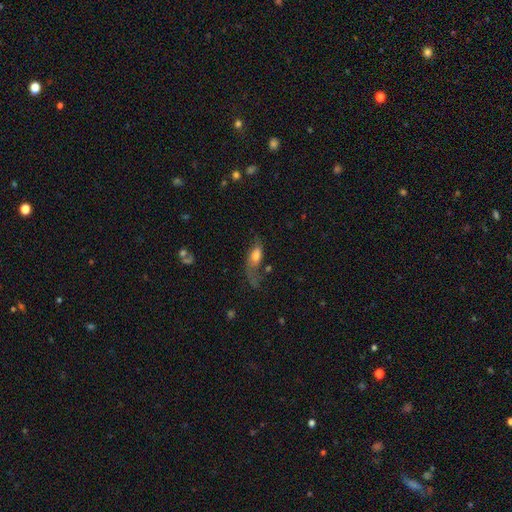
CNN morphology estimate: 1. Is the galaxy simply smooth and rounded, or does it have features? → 58% smooth, 33% featured or disk, 10% star or artifact.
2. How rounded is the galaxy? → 79% in between, 14% cigar-shaped, 8% round.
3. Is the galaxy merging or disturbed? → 40% major disturbance, 30% none, 22% minor disturbance, 8% merger.